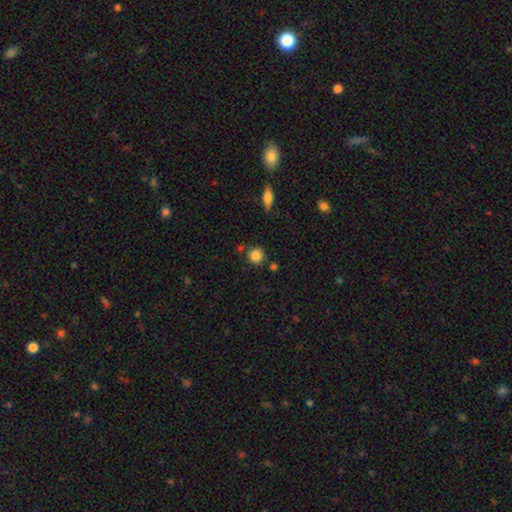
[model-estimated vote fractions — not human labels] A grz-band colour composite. It shows a smooth galaxy with no disk features (85%) that is round (90%). Merging: none (81%).